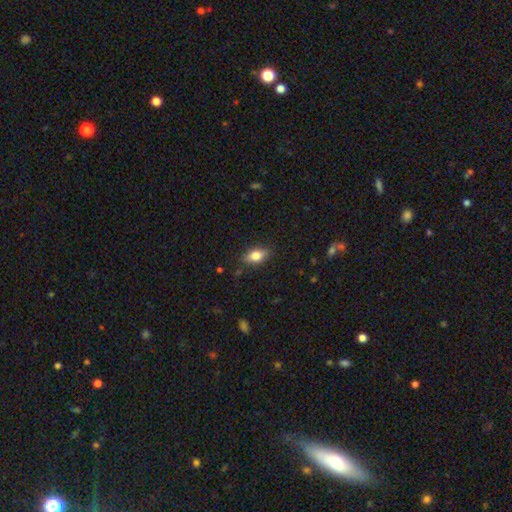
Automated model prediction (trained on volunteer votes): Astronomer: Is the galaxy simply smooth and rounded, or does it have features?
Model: smooth — 76%.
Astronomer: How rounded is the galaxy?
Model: in between — 84%.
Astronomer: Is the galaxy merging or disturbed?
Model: none — 84%.